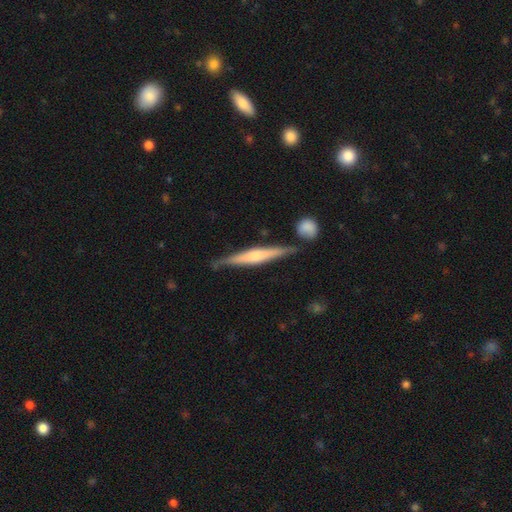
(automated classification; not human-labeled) Smooth or featured: featured or disk — 61% (smooth — 33%)
Edge-on disk: yes — 97% (no — 3%)
Edge-on bulge: rounded — 59% (boxy — 24%)
Merging: none — 79% (minor disturbance — 13%)